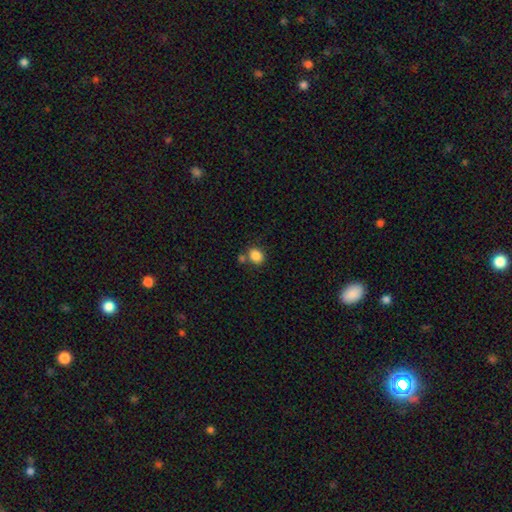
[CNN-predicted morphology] Smooth or featured? Predicted: smooth (p=0.86). How rounded? Predicted: round (p=0.57). Merging? Predicted: none (p=0.65).